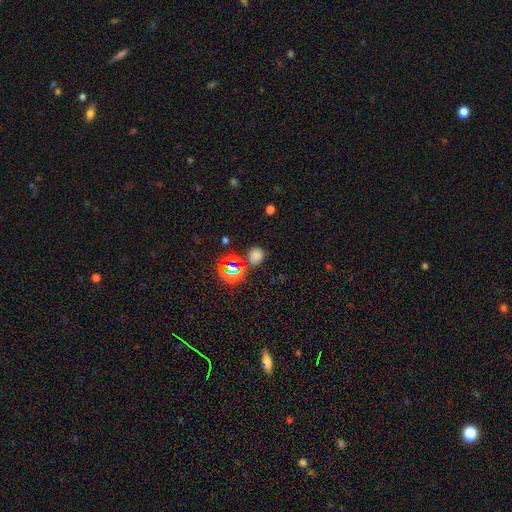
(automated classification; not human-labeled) Smooth or featured?
  - smooth: 66% *
  - star or artifact: 29%
  - featured or disk: 5%
How rounded?
  - round: 80% *
  - in between: 19%
  - cigar-shaped: 1%
Merging?
  - none: 78% *
  - minor disturbance: 11%
  - merger: 6%
  - major disturbance: 4%